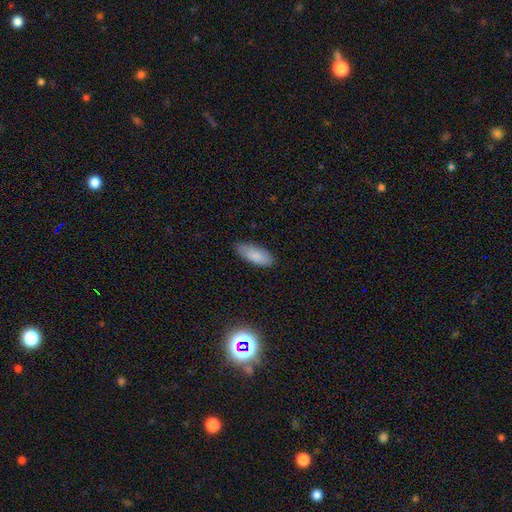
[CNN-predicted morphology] Smooth or featured? Predicted: smooth (p=0.85). How rounded? Predicted: in between (p=0.80). Merging? Predicted: none (p=0.83).